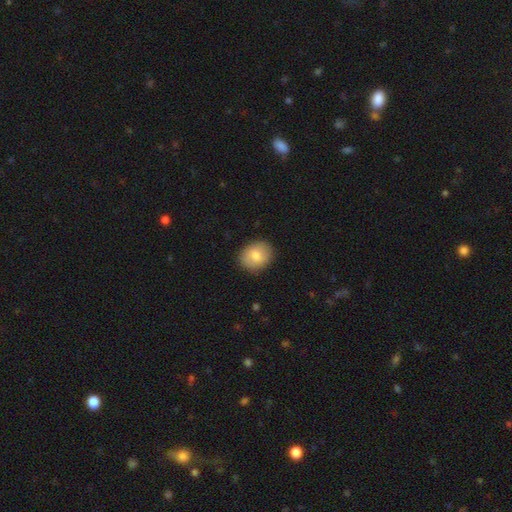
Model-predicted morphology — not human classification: smooth-or-featured: smooth: 76% | featured or disk: 17% | star or artifact: 7%
  how-rounded: round: 54% | in between: 45% | cigar-shaped: 1%
  merging: none: 87% | minor disturbance: 9% | major disturbance: 2% | merger: 1%